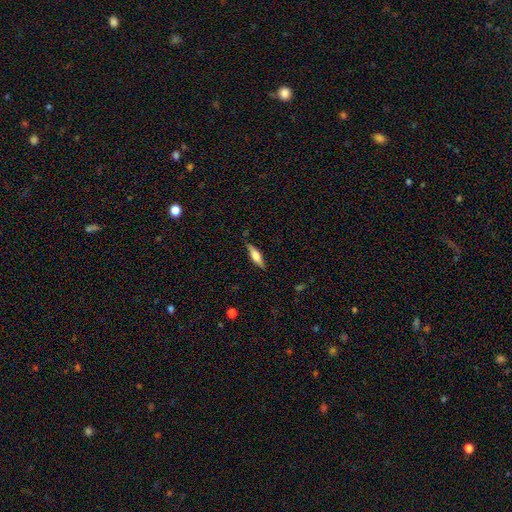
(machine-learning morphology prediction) Smooth or featured?
  - smooth: 51% *
  - featured or disk: 43%
  - star or artifact: 6%
How rounded?
  - cigar-shaped: 61% *
  - in between: 37%
  - round: 2%
Merging?
  - none: 83% *
  - minor disturbance: 13%
  - major disturbance: 3%
  - merger: 2%